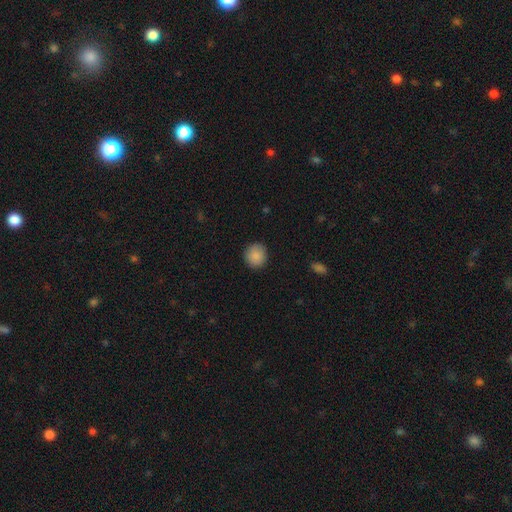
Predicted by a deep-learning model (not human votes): Smooth or featured? smooth (88%)
How rounded? round (91%)
Merging? none (89%)